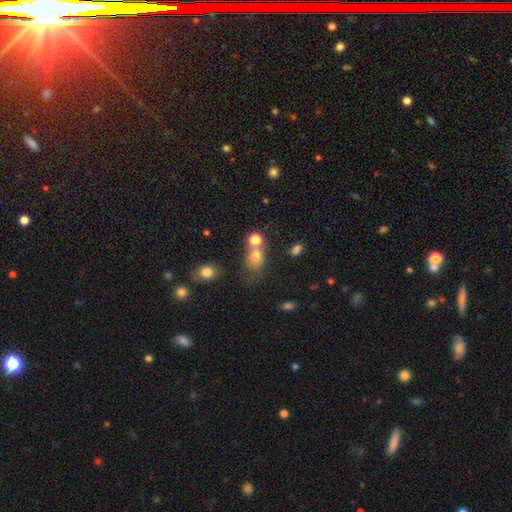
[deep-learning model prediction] Smooth or featured: smooth — 72% (star or artifact — 17%)
How rounded: in between — 51% (round — 46%)
Merging: none — 43% (merger — 32%)